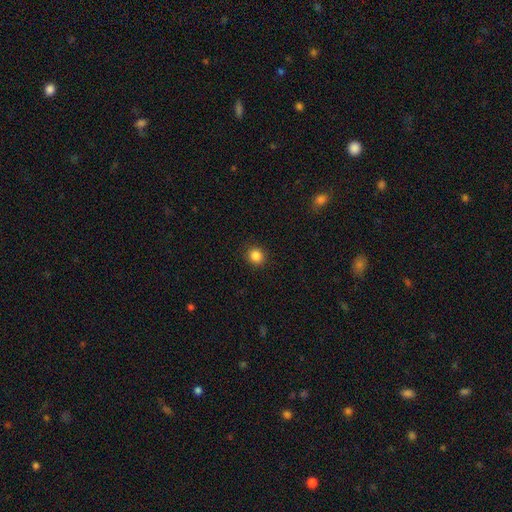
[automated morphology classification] smooth-or-featured: smooth: 86% | star or artifact: 11% | featured or disk: 3%
  how-rounded: round: 88% | in between: 11% | cigar-shaped: 1%
  merging: none: 91% | minor disturbance: 6% | major disturbance: 2% | merger: 1%